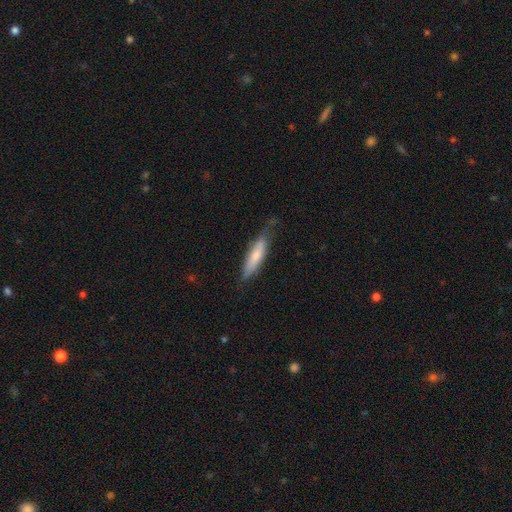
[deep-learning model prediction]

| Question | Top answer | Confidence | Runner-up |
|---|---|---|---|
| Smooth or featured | smooth | 71% | featured or disk (24%) |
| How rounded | cigar-shaped | 71% | in between (28%) |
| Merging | none | 61% | minor disturbance (29%) |